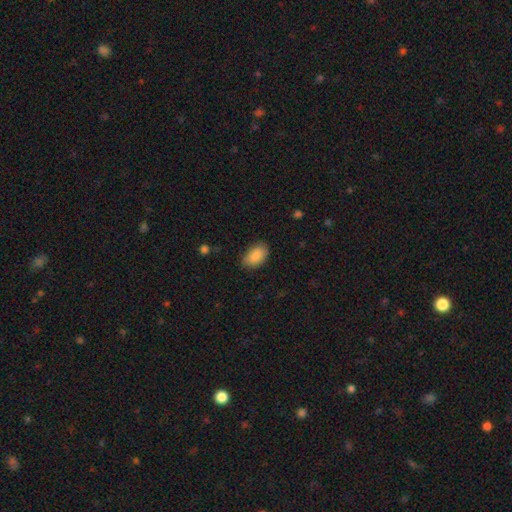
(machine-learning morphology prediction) Smooth or featured?
  - smooth: 87% *
  - star or artifact: 7%
  - featured or disk: 7%
How rounded?
  - in between: 93% *
  - round: 5%
  - cigar-shaped: 2%
Merging?
  - none: 80% *
  - minor disturbance: 16%
  - major disturbance: 3%
  - merger: 1%